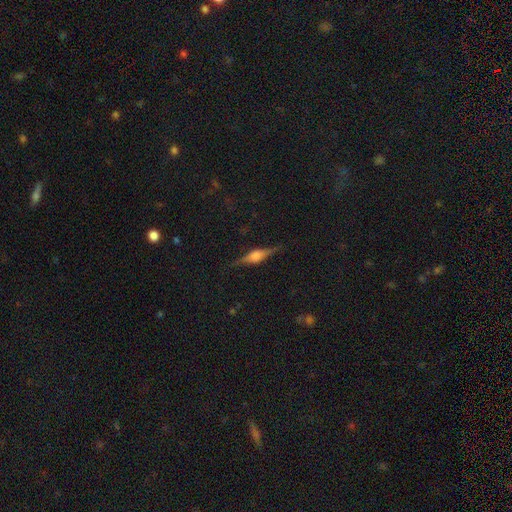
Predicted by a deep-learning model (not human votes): Overall: featured or disk (72%). Edge-on disk: yes (97%). Edge-on bulge: rounded (79%). Merging: none (86%).